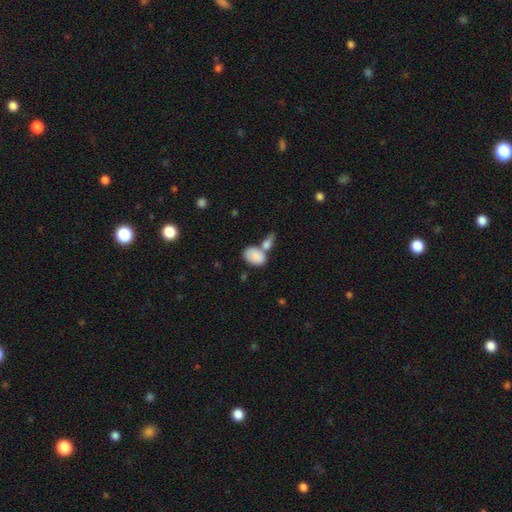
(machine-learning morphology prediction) type=smooth (82%); roundness=in between (89%); merging=merger (48%).